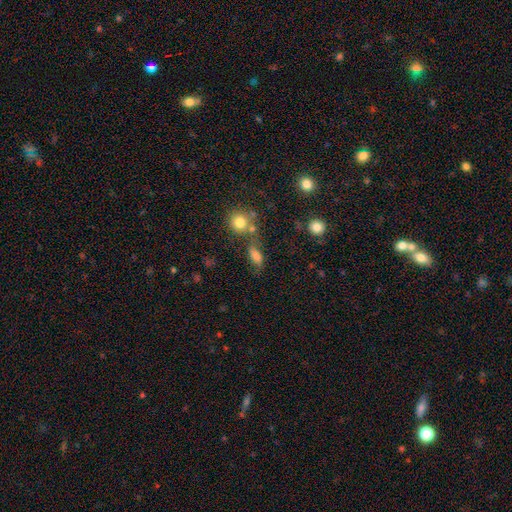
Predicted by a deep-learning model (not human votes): Q: Smooth or featured?
A: smooth (74%); runner-up: featured or disk (13%)
Q: How rounded?
A: in between (74%); runner-up: cigar-shaped (13%)
Q: Merging?
A: none (52%); runner-up: minor disturbance (20%)